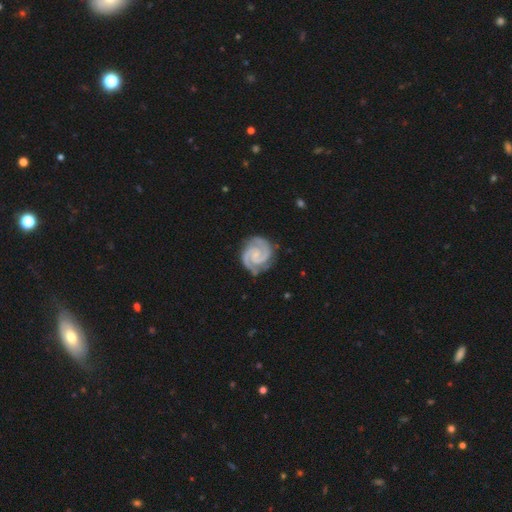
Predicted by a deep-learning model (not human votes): featured or disk 93%, star or artifact 4%, smooth 3%. Down the decision tree: edge-on disk — no (98%); bar — no (50%); spiral arms — yes (99%); spiral arm count — 2 (93%); spiral winding — tight (62%); bulge size — small (55%); merging — none (82%).